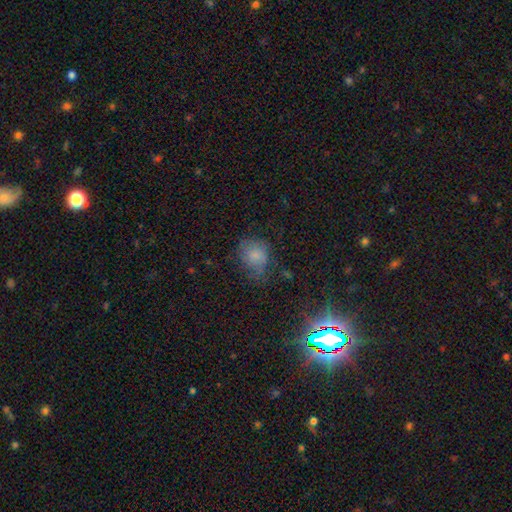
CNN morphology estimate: Smooth or featured?
  - smooth: 72% *
  - star or artifact: 15%
  - featured or disk: 13%
How rounded?
  - round: 63% *
  - in between: 36%
  - cigar-shaped: 1%
Merging?
  - none: 51% *
  - minor disturbance: 30%
  - major disturbance: 16%
  - merger: 3%